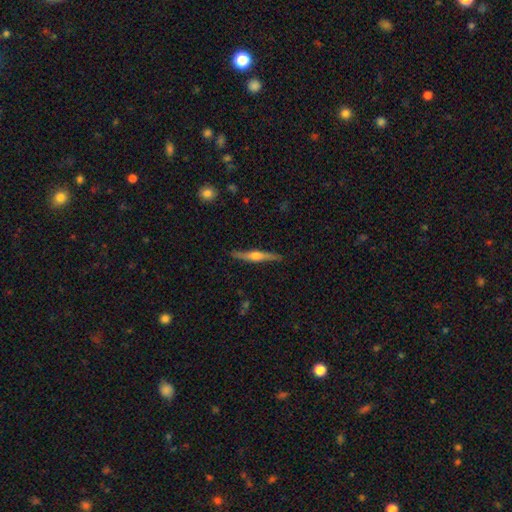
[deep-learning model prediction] Q: Smooth or featured?
A: featured or disk (69%); runner-up: smooth (25%)
Q: Edge-on disk?
A: yes (97%); runner-up: no (3%)
Q: Edge-on bulge?
A: rounded (88%); runner-up: boxy (7%)
Q: Merging?
A: none (87%); runner-up: minor disturbance (10%)